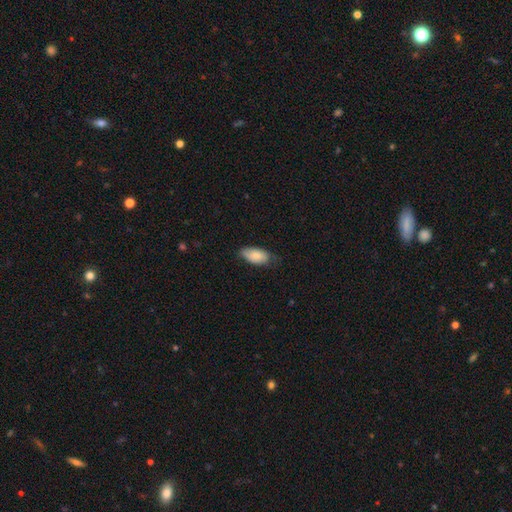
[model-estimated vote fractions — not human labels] Smooth or featured? Predicted: smooth (p=0.79). How rounded? Predicted: in between (p=0.93). Merging? Predicted: none (p=0.61).